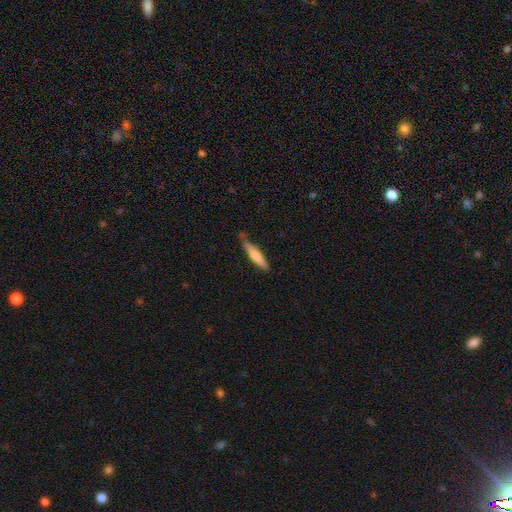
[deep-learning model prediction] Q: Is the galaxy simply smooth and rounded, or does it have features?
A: smooth — 65%.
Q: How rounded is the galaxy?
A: cigar-shaped — 85%.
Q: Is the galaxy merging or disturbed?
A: none — 67%.